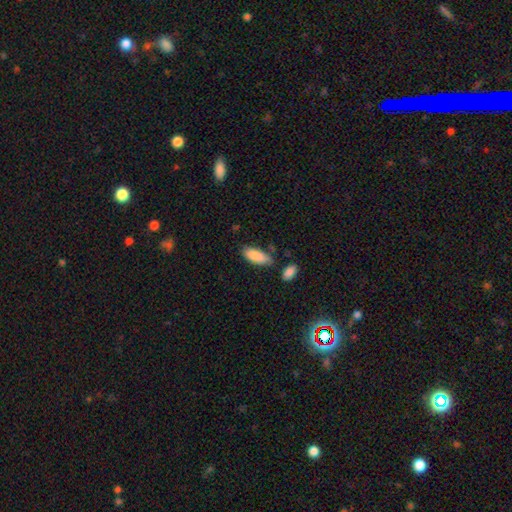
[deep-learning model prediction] Overall: smooth (88%). How rounded: in between (79%). Merging: none (67%).